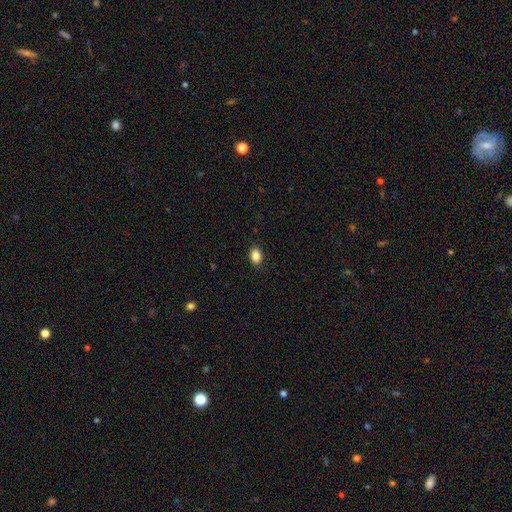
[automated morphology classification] Smooth or featured: smooth — 87% (star or artifact — 9%)
How rounded: in between — 80% (round — 19%)
Merging: none — 89% (minor disturbance — 8%)